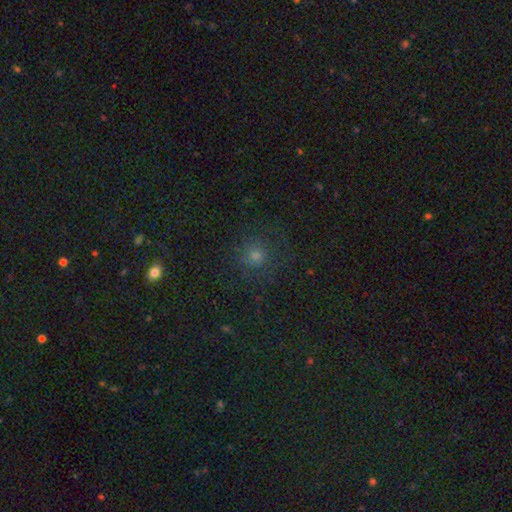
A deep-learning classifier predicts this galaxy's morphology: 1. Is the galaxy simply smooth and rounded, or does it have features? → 64% smooth, 22% star or artifact, 14% featured or disk.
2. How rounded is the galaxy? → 89% round, 10% in between, 1% cigar-shaped.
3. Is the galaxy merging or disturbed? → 74% none, 14% minor disturbance, 11% major disturbance, 2% merger.